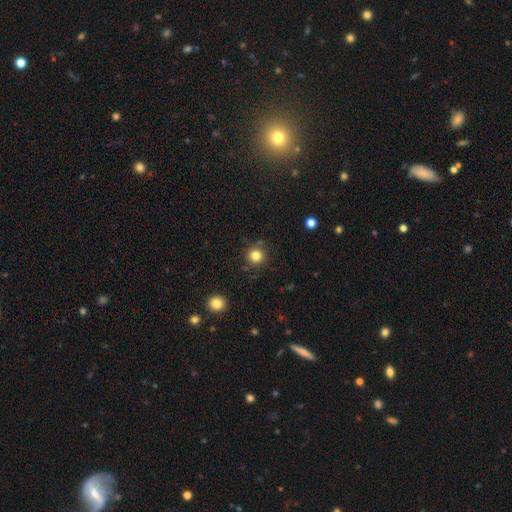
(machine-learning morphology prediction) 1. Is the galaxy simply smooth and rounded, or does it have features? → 82% smooth, 12% star or artifact, 5% featured or disk.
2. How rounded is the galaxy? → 94% round, 5% in between, 1% cigar-shaped.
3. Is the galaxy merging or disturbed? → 85% none, 9% minor disturbance, 4% merger, 3% major disturbance.